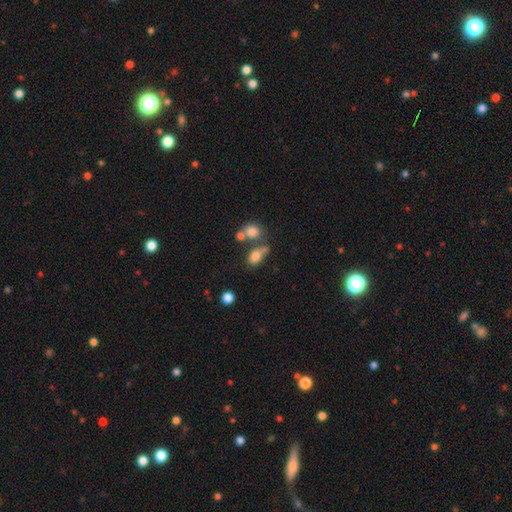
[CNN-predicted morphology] This is likely a smooth galaxy (78%). How rounded: likely in between (79%). Merging: marginally none (43%).